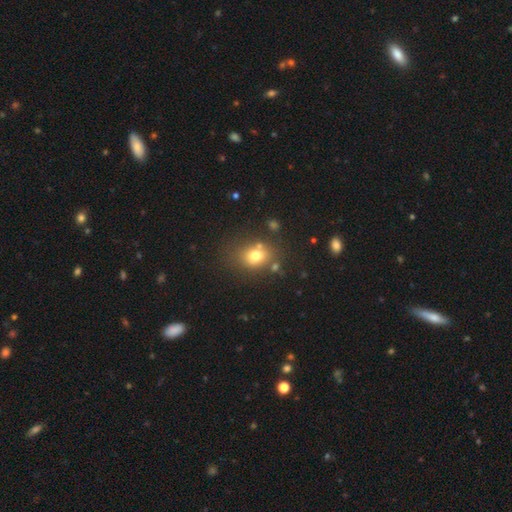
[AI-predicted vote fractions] Smooth or featured? smooth (73%)
How rounded? round (51%)
Merging? none (67%)